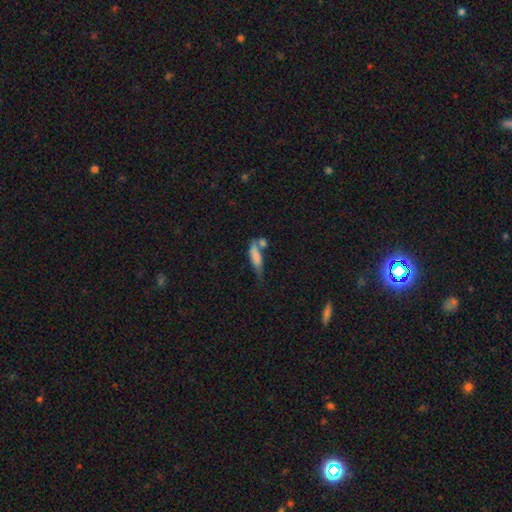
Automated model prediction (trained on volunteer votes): A smooth galaxy with no disk features (68%) that is cigar-shaped (55%).

Vote fractions:
- Smooth or featured? smooth: 68% / featured or disk: 23% / star or artifact: 9%
- How rounded? cigar-shaped: 55% / in between: 42% / round: 3%
- Merging? merger: 34% / none: 31% / minor disturbance: 21% / major disturbance: 14%